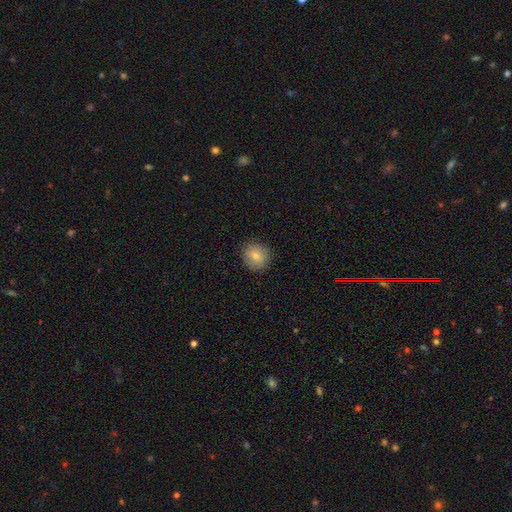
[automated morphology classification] A smooth galaxy with no disk features (72%) that is round (86%). Merging: none (88%).